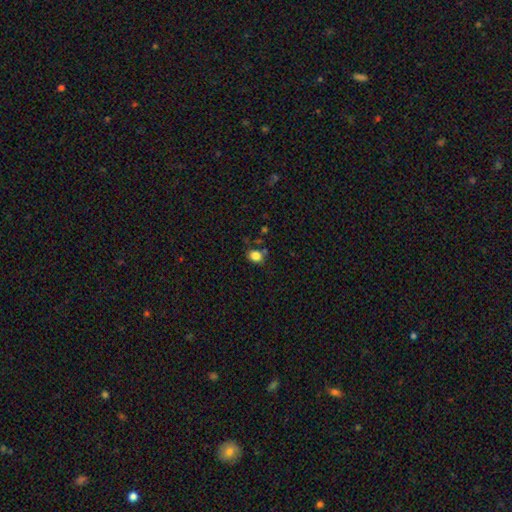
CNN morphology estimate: smooth_or_featured: smooth (p=0.83) [alt: star or artifact p=0.11]
how_rounded: round (p=0.53) [alt: in between p=0.46]
merging: none (p=0.72) [alt: minor disturbance p=0.16]